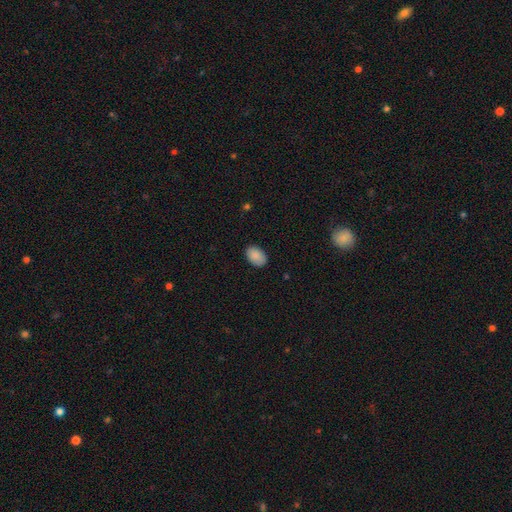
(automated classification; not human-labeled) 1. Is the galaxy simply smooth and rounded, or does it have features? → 89% smooth, 7% star or artifact, 4% featured or disk.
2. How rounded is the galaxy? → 86% in between, 13% round, 1% cigar-shaped.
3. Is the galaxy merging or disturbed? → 86% none, 11% minor disturbance, 2% major disturbance, 1% merger.